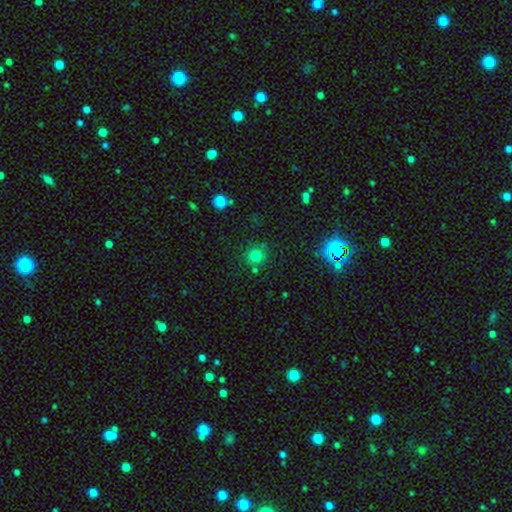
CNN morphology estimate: smooth 76%, star or artifact 18%, featured or disk 7%. Down the decision tree: how rounded — round (91%); merging — none (79%).